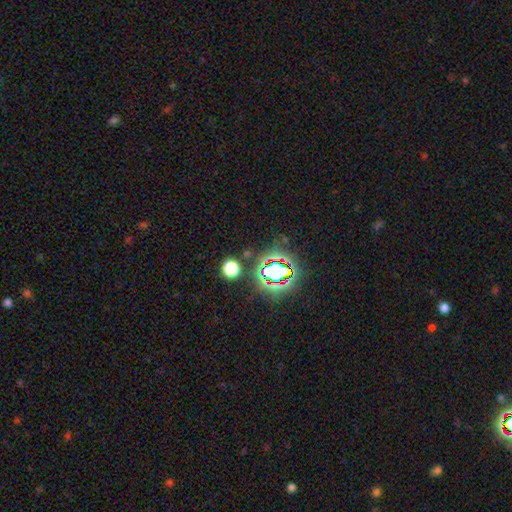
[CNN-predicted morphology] Q: Smooth or featured?
A: star or artifact (78%); runner-up: smooth (14%)